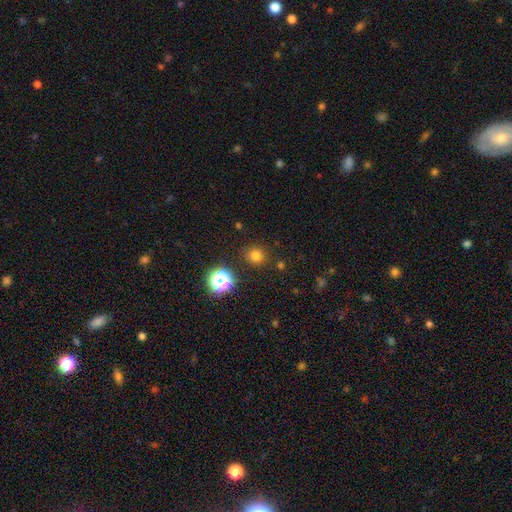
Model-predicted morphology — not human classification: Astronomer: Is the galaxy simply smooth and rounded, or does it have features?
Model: smooth — 76%.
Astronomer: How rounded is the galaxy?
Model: round — 91%.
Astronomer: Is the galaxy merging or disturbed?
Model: none — 89%.